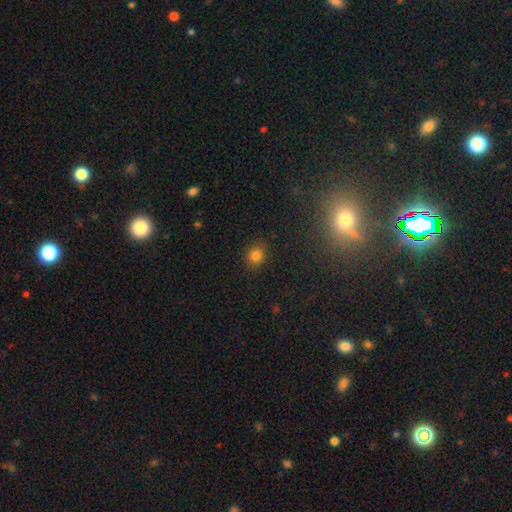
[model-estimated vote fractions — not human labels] The model was most divided on "how rounded": round: 71%, in between: 28%, cigar-shaped: 1%. More confident: merging — none (88%); smooth or featured — smooth (80%).